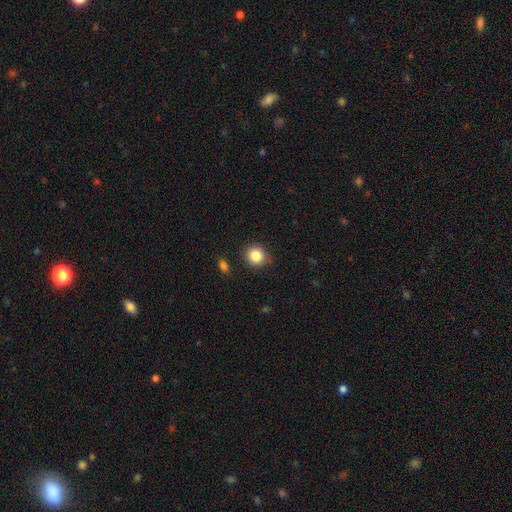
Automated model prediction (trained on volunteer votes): smooth_or_featured: smooth (p=0.84) [alt: star or artifact p=0.10]
how_rounded: round (p=0.83) [alt: in between p=0.16]
merging: none (p=0.85) [alt: minor disturbance p=0.11]